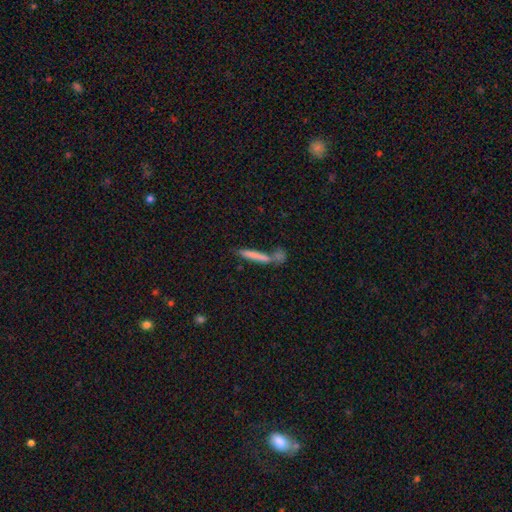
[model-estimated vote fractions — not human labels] Smooth or featured: smooth — 70% (featured or disk — 22%)
How rounded: cigar-shaped — 92% (in between — 6%)
Merging: none — 54% (merger — 29%)